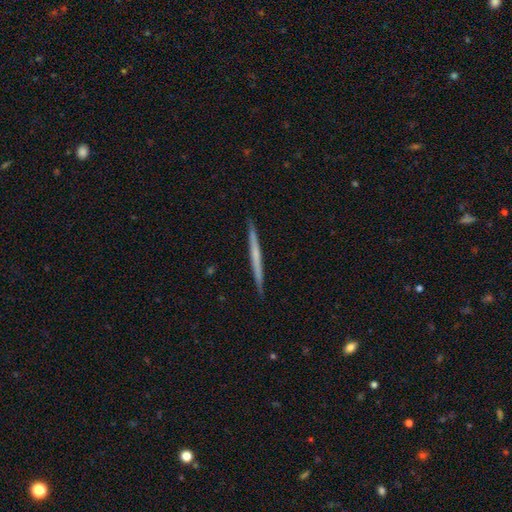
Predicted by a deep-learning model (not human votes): featured or disk 54%, smooth 41%, star or artifact 5%. Down the decision tree: edge-on disk — yes (98%); edge-on bulge — none (86%); merging — none (92%).